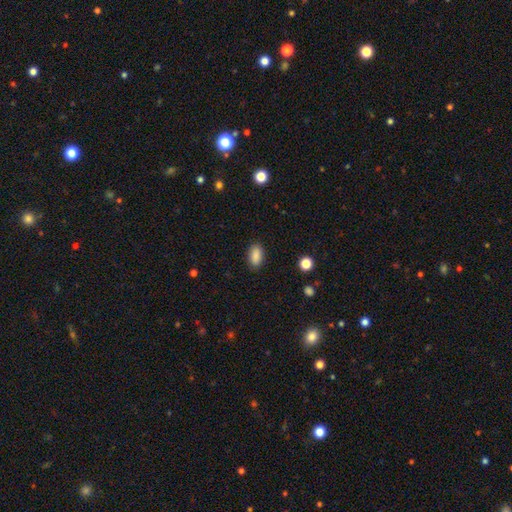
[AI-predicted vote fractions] smooth_or_featured: smooth (p=0.89) [alt: star or artifact p=0.08]
how_rounded: in between (p=0.92) [alt: round p=0.06]
merging: none (p=0.88) [alt: minor disturbance p=0.08]